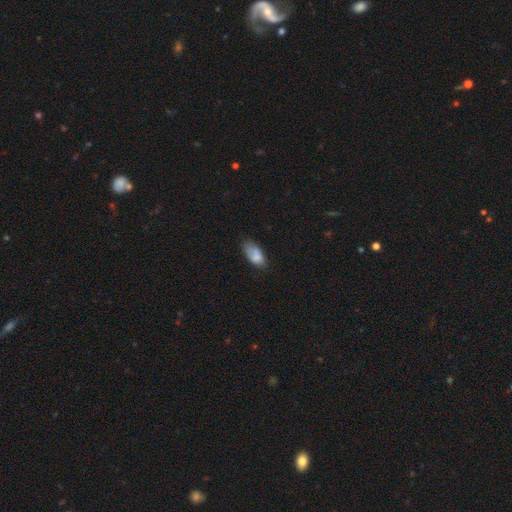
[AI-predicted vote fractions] A smooth galaxy with no disk features (80%) that is in between round and cigar-shaped (92%).

Vote fractions:
- Smooth or featured? smooth: 80% / featured or disk: 12% / star or artifact: 8%
- How rounded? in between: 92% / cigar-shaped: 5% / round: 3%
- Merging? none: 57% / minor disturbance: 31% / major disturbance: 9% / merger: 3%